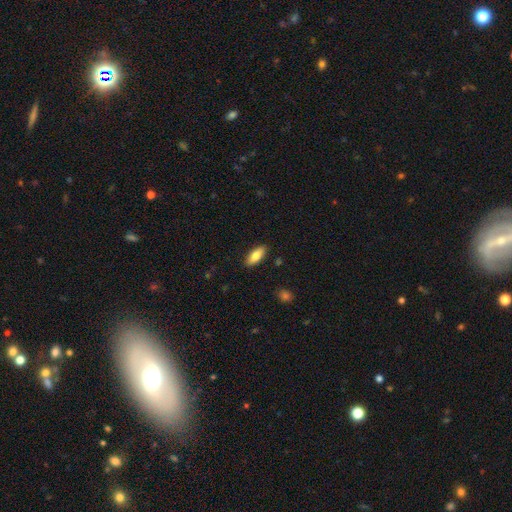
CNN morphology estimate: Smooth or featured: smooth — 81% (featured or disk — 13%)
How rounded: in between — 77% (cigar-shaped — 21%)
Merging: none — 88% (minor disturbance — 9%)